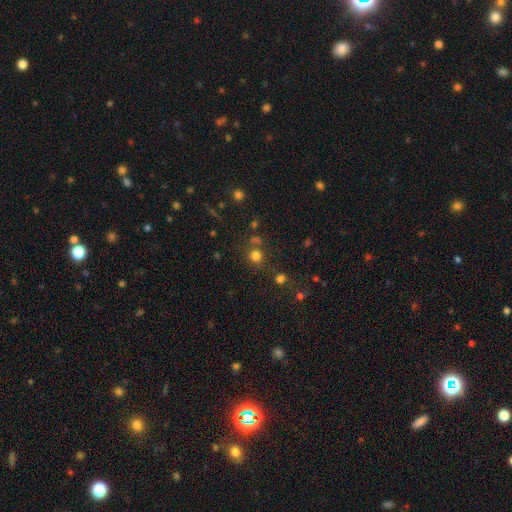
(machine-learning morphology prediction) The model was most divided on "smooth or featured": smooth: 75%, star or artifact: 19%, featured or disk: 6%. More confident: how rounded — round (90%); merging — none (72%).